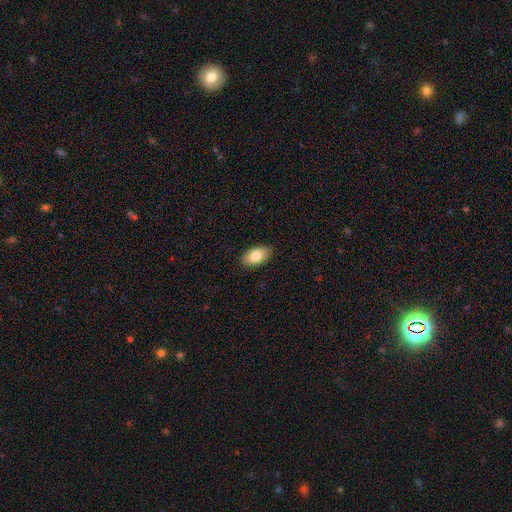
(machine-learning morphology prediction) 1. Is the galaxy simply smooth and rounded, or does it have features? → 81% smooth, 12% featured or disk, 7% star or artifact.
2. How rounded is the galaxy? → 93% in between, 5% round, 2% cigar-shaped.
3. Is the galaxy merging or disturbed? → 88% none, 9% minor disturbance, 2% major disturbance, 1% merger.